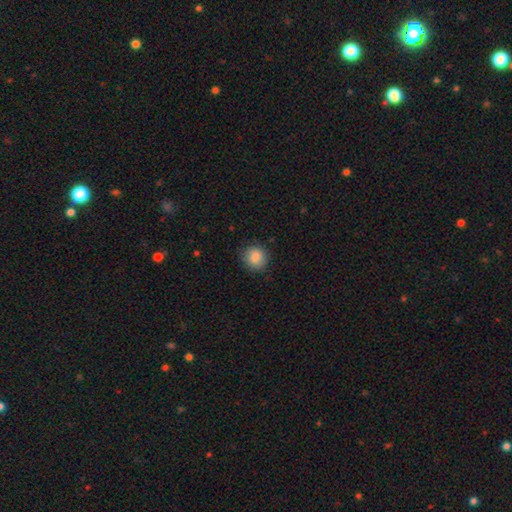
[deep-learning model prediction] This appears to be a smooth galaxy with no disk features (86%) that is round (90%). Merging: none (88%).